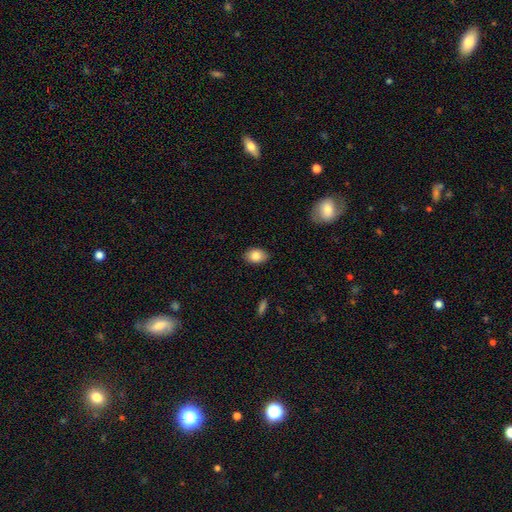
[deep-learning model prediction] A smooth galaxy with no disk features (84%) that is in between round and cigar-shaped (84%).

Vote fractions:
- Smooth or featured? smooth: 84% / featured or disk: 8% / star or artifact: 8%
- How rounded? in between: 84% / round: 15% / cigar-shaped: 1%
- Merging? none: 86% / minor disturbance: 11% / major disturbance: 2% / merger: 1%